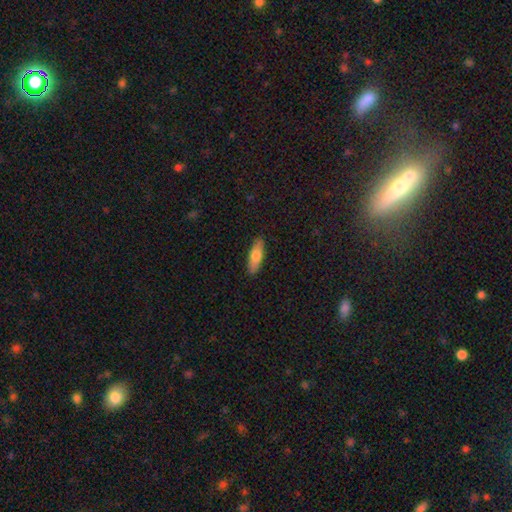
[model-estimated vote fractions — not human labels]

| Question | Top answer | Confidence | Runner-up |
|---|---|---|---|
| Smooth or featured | smooth | 71% | featured or disk (23%) |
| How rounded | in between | 52% | cigar-shaped (46%) |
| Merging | none | 89% | minor disturbance (9%) |